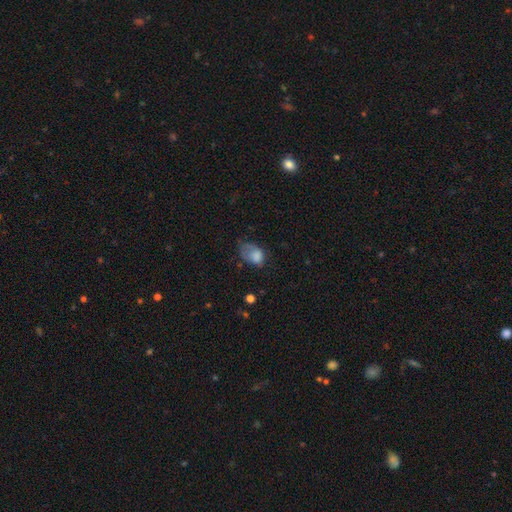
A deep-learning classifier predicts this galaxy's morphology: A smooth galaxy with no disk features (73%) that is in between round and cigar-shaped (81%). Merging: major disturbance (40%).